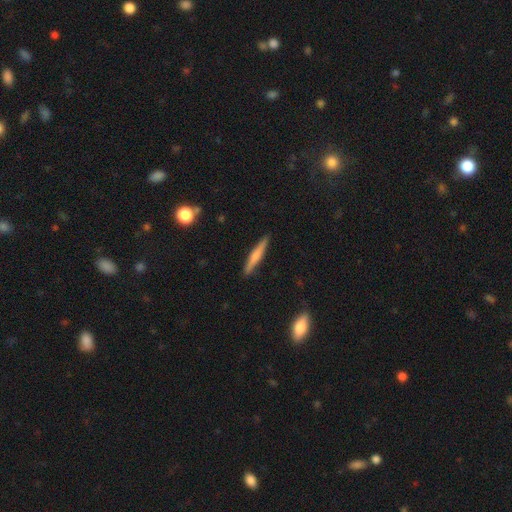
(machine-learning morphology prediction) smooth_or_featured: smooth (p=0.54) [alt: featured or disk p=0.40]
how_rounded: cigar-shaped (p=0.93) [alt: in between p=0.05]
merging: none (p=0.90) [alt: minor disturbance p=0.07]